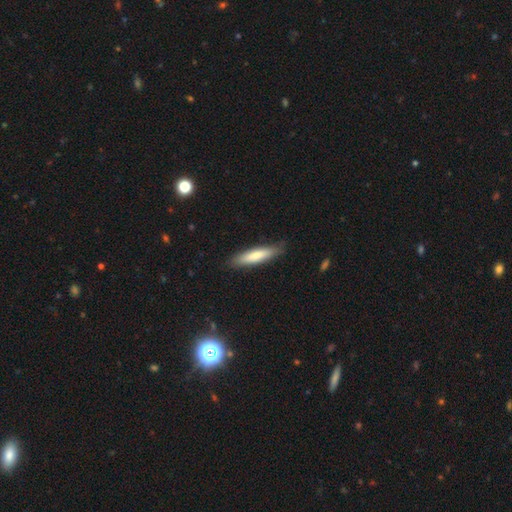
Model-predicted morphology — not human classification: This appears to be a smooth galaxy with no disk features (74%) that is cigar-shaped (78%). Merging: none (85%).